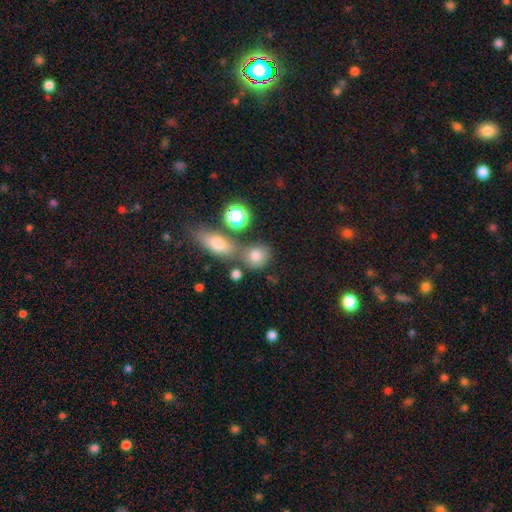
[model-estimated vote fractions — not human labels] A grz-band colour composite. It shows a smooth galaxy with no disk features (75%) that is round (65%). Merging: none (59%).